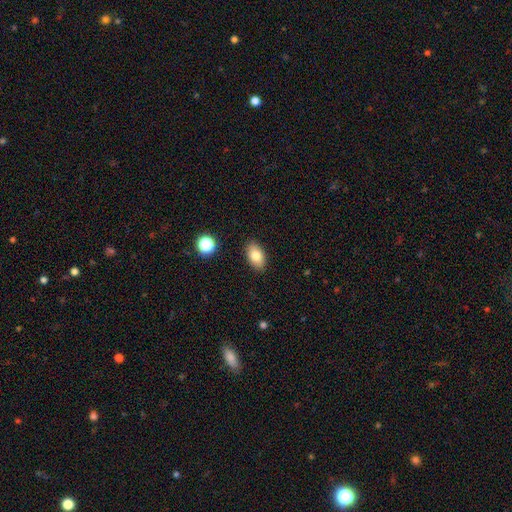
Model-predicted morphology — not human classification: Q: Smooth or featured?
A: smooth (81%); runner-up: featured or disk (11%)
Q: How rounded?
A: in between (90%); runner-up: round (8%)
Q: Merging?
A: none (88%); runner-up: minor disturbance (9%)